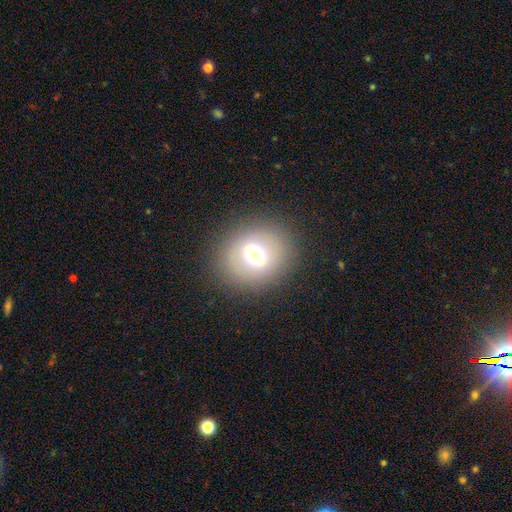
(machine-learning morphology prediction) Overall: smooth (57%; featured or disk 29%). How rounded: round (64%; in between 35%). Merging: none (85%).